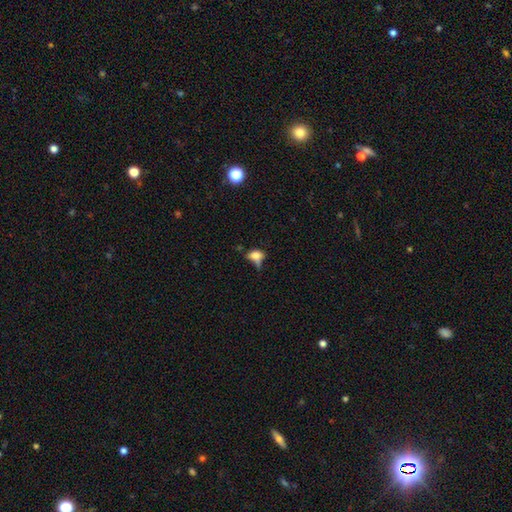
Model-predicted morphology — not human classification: This is likely a smooth galaxy (66%). How rounded: likely in between (76%). Merging: marginally none (30%).